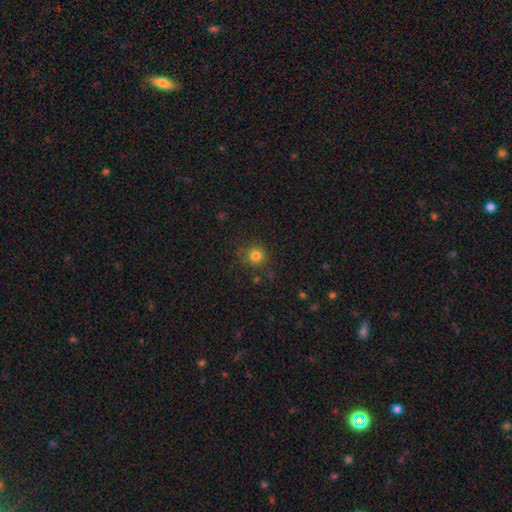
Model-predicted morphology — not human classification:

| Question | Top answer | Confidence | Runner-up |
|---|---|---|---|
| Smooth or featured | smooth | 81% | star or artifact (13%) |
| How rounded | round | 92% | in between (7%) |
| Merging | none | 83% | minor disturbance (11%) |